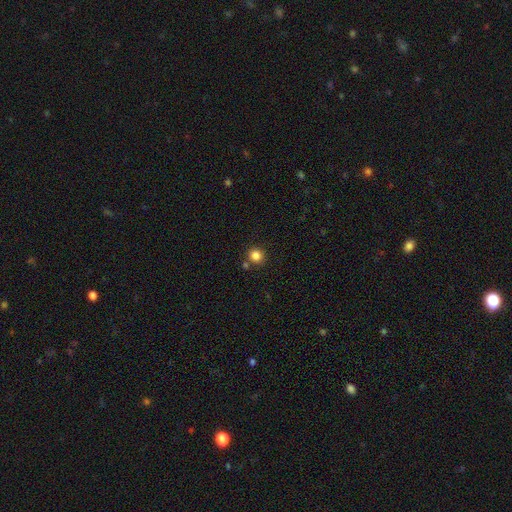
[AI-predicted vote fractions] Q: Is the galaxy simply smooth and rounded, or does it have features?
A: smooth — 84%.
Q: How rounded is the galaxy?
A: round — 90%.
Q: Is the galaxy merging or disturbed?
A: none — 81%.